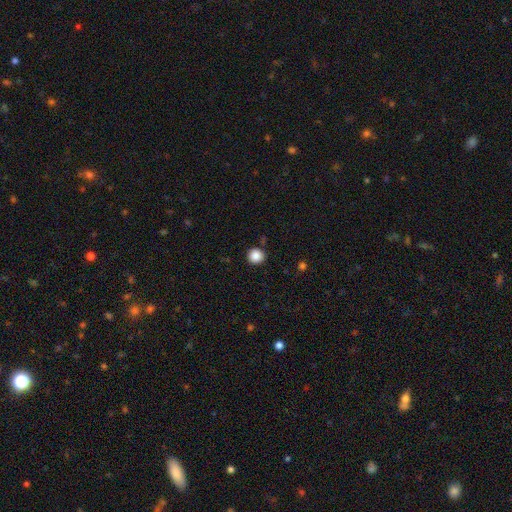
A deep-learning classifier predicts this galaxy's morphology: smooth-or-featured: smooth: 87% | star or artifact: 10% | featured or disk: 3%
  how-rounded: round: 93% | in between: 6% | cigar-shaped: 1%
  merging: none: 89% | minor disturbance: 7% | merger: 2% | major disturbance: 2%